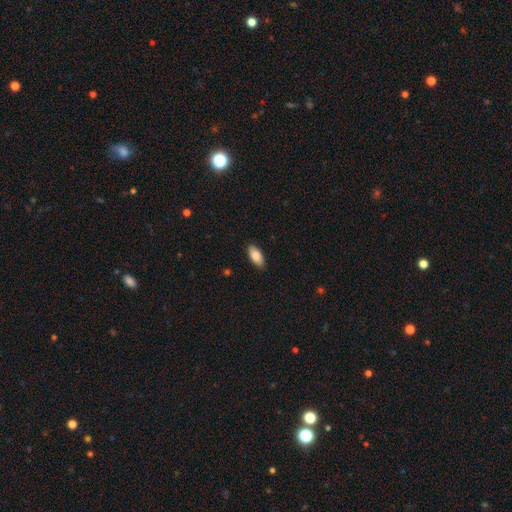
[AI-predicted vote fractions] Morphology: type=smooth (86%); roundness=in between (91%); merging=none (87%).